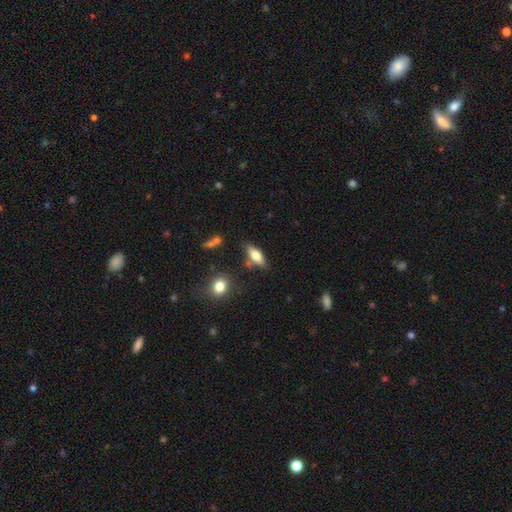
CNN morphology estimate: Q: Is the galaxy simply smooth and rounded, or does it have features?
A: smooth — 64%.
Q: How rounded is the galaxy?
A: in between — 66%.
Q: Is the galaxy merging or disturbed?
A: none — 71%.